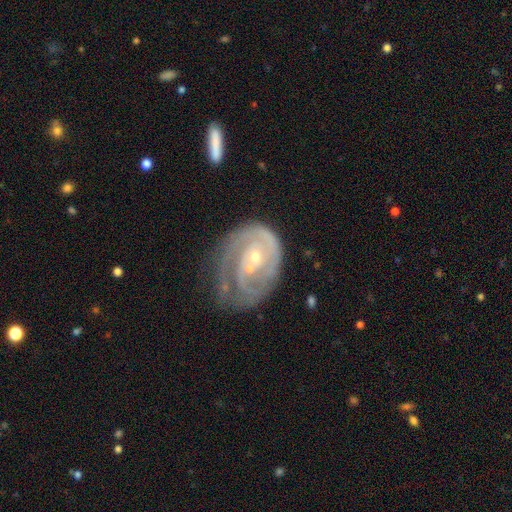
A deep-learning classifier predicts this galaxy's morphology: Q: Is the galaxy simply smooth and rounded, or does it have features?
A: featured or disk — 84%.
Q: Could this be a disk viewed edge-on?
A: no — 97%.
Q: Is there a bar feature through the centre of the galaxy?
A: no — 71%.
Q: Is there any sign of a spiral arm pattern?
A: yes — 90%.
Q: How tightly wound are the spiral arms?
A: tight — 62%.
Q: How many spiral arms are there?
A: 2 — 35%.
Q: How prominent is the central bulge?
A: small — 67%.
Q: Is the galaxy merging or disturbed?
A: none — 39%.